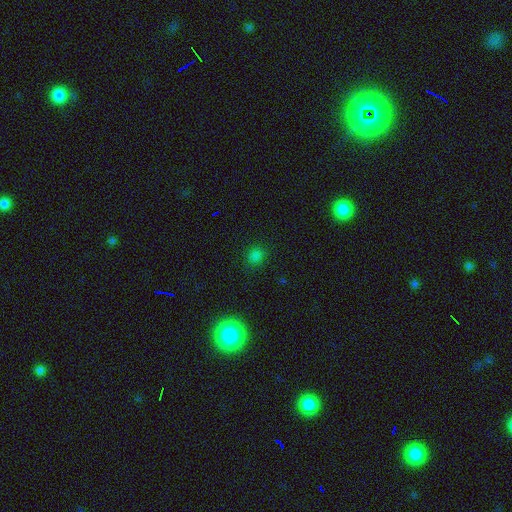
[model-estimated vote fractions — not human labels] This appears to be a smooth galaxy with no disk features (75%) that is round (77%). Merging: none (86%).